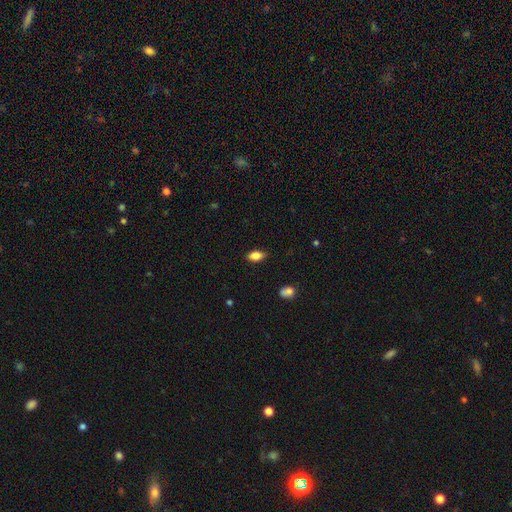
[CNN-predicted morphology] A smooth galaxy with no disk features (83%) that is in between round and cigar-shaped (88%). Merging: none (85%).